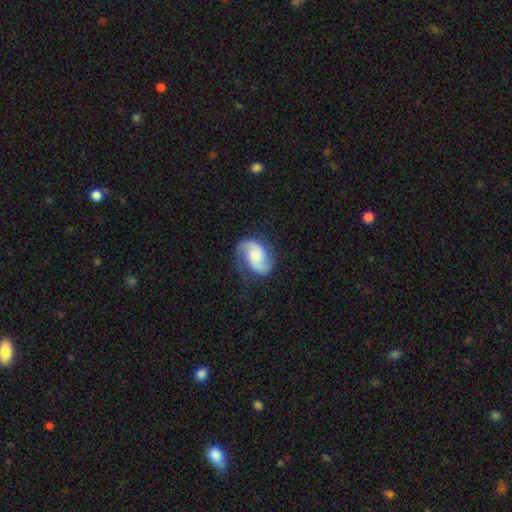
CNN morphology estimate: This appears to be a featured or disk galaxy (75%) with no bar (58%), 2 (90%) medium (45%) spiral arms (96%) and a moderate central bulge (27%). Merging: none (67%).